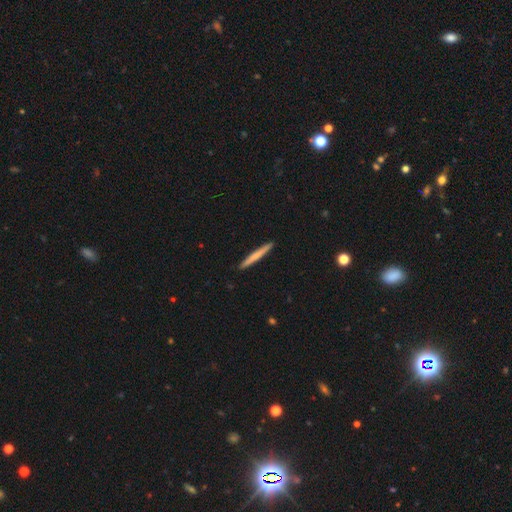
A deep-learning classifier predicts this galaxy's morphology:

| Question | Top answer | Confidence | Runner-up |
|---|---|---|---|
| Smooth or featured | smooth | 66% | featured or disk (29%) |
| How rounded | cigar-shaped | 97% | in between (2%) |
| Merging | none | 93% | minor disturbance (5%) |